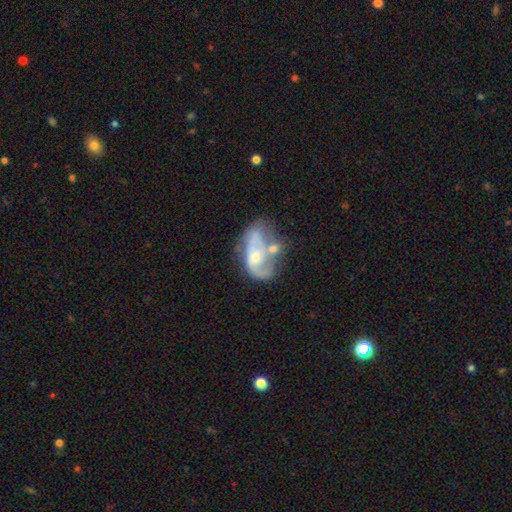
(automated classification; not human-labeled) A featured or disk galaxy (72%) with no bar (68%), 2 (55%) medium (43%) spiral arms (75%) and a small central bulge (54%). Merging: merger (33%).